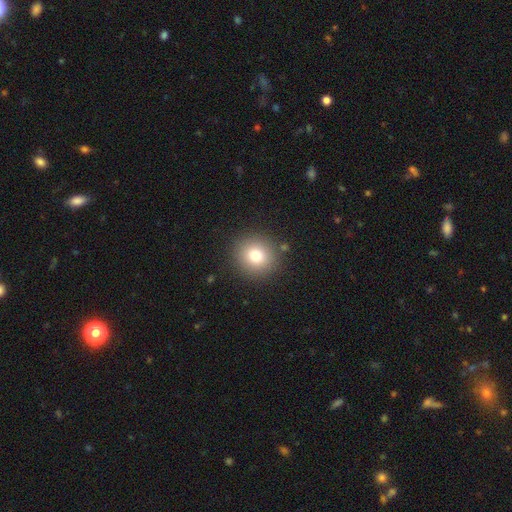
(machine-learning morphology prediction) type=smooth (77%); roundness=round (91%); merging=none (88%).